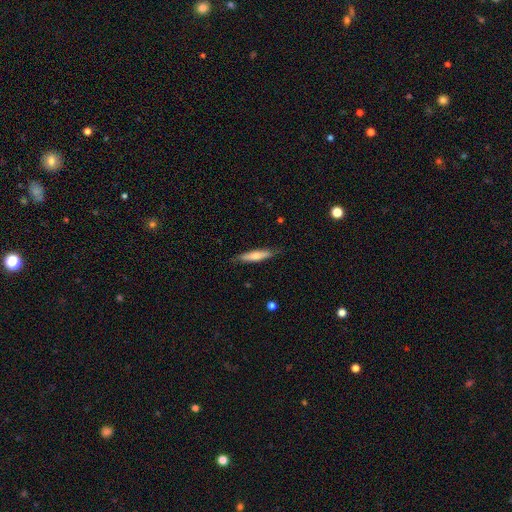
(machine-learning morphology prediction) A smooth galaxy with no disk features (66%) that is cigar-shaped (85%).

Vote fractions:
- Smooth or featured? smooth: 66% / featured or disk: 29% / star or artifact: 6%
- How rounded? cigar-shaped: 85% / in between: 14% / round: 1%
- Merging? none: 83% / minor disturbance: 14% / major disturbance: 2% / merger: 1%